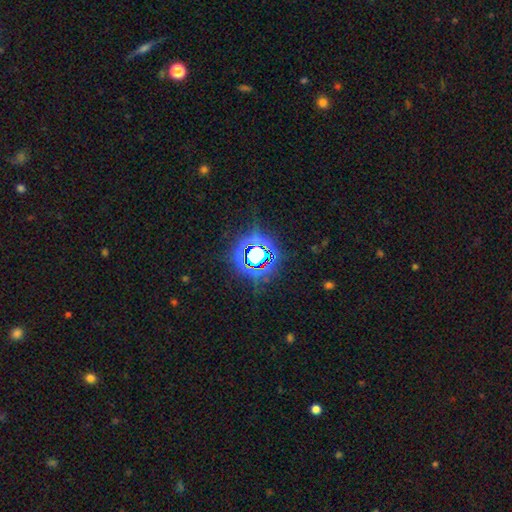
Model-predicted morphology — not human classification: The model was most divided on "smooth or featured": star or artifact: 76%, smooth: 14%, featured or disk: 9%.